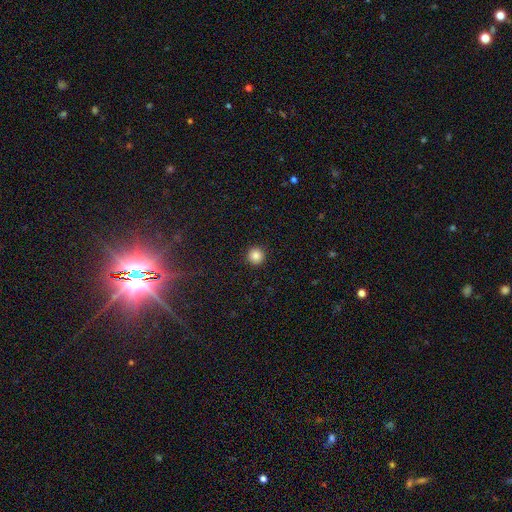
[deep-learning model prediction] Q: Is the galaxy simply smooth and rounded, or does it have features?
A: smooth — 85%.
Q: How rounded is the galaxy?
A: round — 96%.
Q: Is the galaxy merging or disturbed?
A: none — 93%.